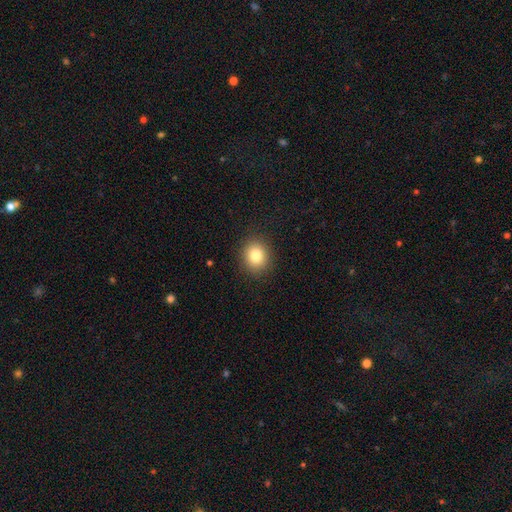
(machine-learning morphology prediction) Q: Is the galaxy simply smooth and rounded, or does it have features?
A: smooth — 82%.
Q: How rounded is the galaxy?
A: round — 78%.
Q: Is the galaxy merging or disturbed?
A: none — 90%.